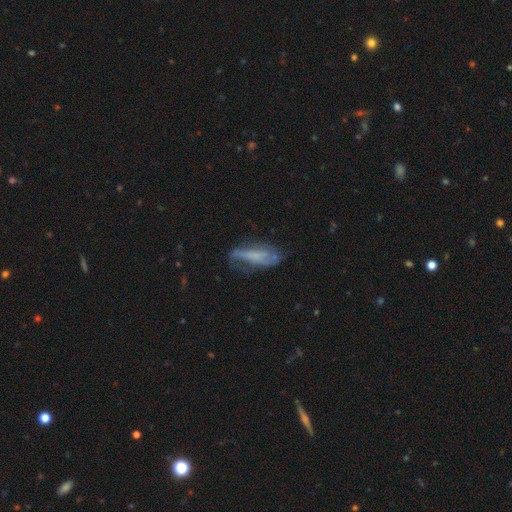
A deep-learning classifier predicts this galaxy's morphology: A featured or disk galaxy (51%).

Vote fractions:
- Smooth or featured? featured or disk: 51% / smooth: 39% / star or artifact: 10%
- Edge-on disk? no: 77% / yes: 23%
- Merging? none: 42% / minor disturbance: 30% / major disturbance: 25% / merger: 4%